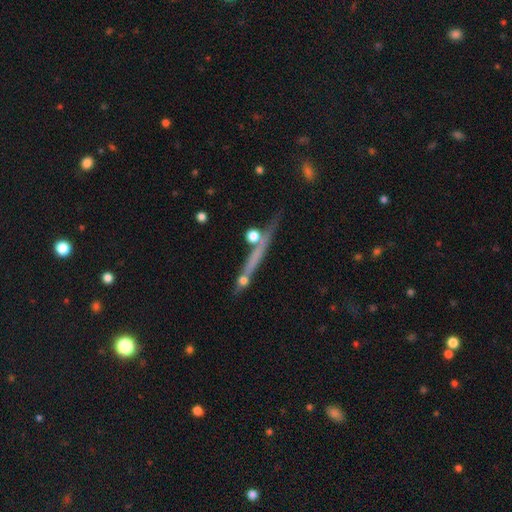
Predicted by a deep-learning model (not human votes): Overall: featured or disk (55%; smooth 31%). Edge-on disk: yes (90%). Merging: none (69%).